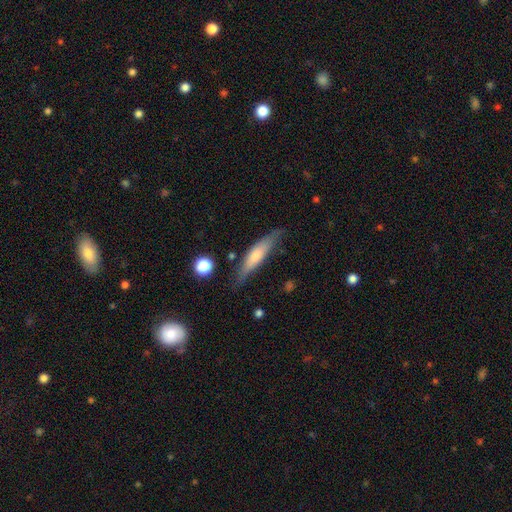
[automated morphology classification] type=smooth (58%); roundness=cigar-shaped (78%); merging=none (73%).